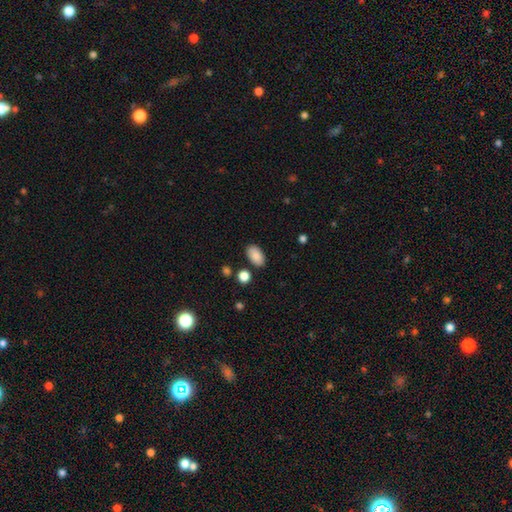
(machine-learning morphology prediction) Smooth or featured? Predicted: smooth (p=0.87). How rounded? Predicted: in between (p=0.93). Merging? Predicted: none (p=0.84).